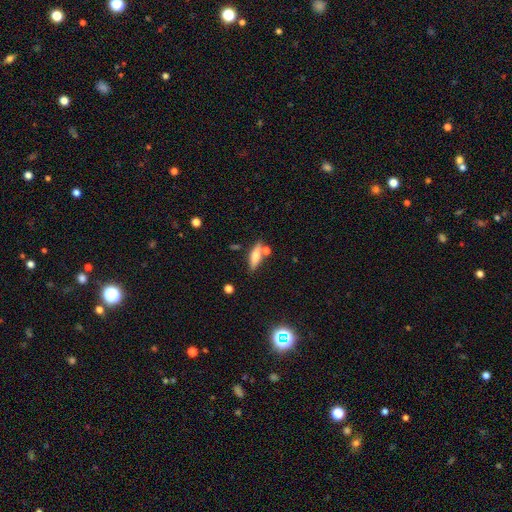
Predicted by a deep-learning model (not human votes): smooth_or_featured: smooth (p=0.62) [alt: featured or disk p=0.30]
how_rounded: cigar-shaped (p=0.51) [alt: in between p=0.46]
merging: none (p=0.67) [alt: merger p=0.15]